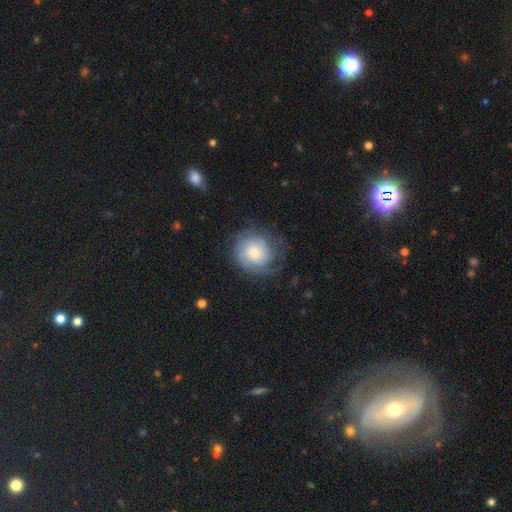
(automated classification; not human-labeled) Smooth or featured: featured or disk — 54% (smooth — 39%)
Edge-on disk: no — 97% (yes — 3%)
Bar: no — 79% (weak — 18%)
Spiral arms: yes — 83% (no — 17%)
Bulge size: moderate — 45% (small — 38%)
Merging: none — 65% (minor disturbance — 21%)